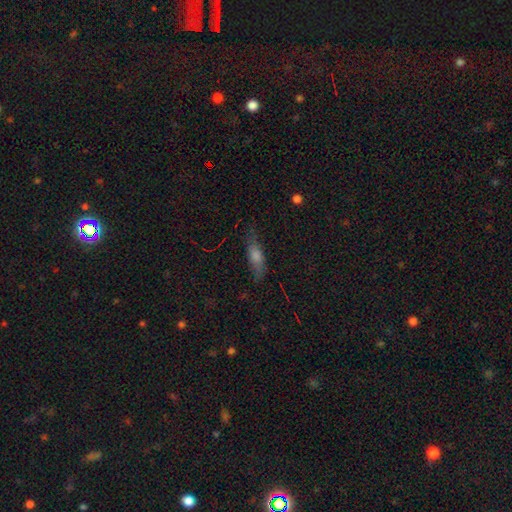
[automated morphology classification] Overall: smooth (56%; featured or disk 33%). How rounded: cigar-shaped (59%; in between 38%). Merging: none (75%).